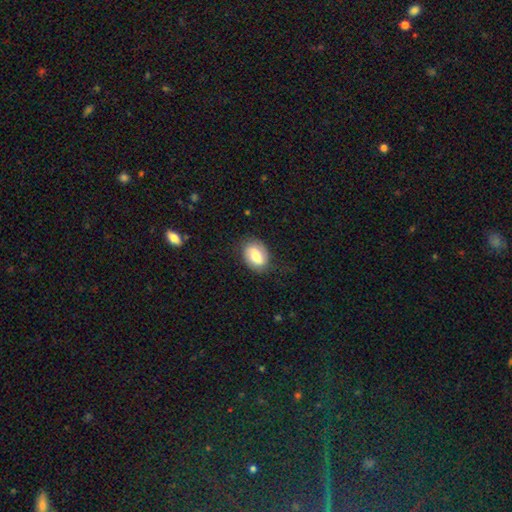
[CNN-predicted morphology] Smooth or featured: smooth — 67% (featured or disk — 26%)
How rounded: in between — 77% (round — 21%)
Merging: none — 77% (minor disturbance — 17%)